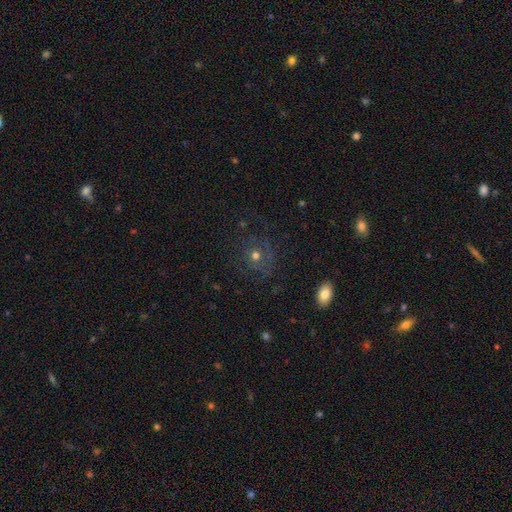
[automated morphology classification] Smooth or featured?
  - smooth: 46% *
  - featured or disk: 34%
  - star or artifact: 20%
Merging?
  - none: 72% *
  - minor disturbance: 15%
  - major disturbance: 11%
  - merger: 2%